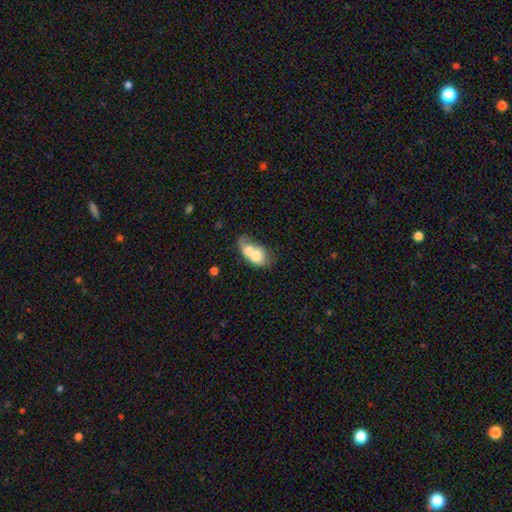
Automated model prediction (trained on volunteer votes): Smooth or featured? Predicted: smooth (p=0.64). How rounded? Predicted: in between (p=0.71). Merging? Predicted: merger (p=0.76).